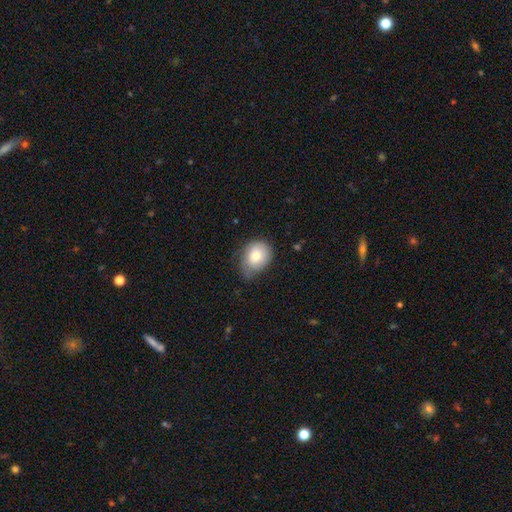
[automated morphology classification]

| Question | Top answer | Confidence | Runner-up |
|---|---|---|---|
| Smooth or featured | smooth | 74% | featured or disk (18%) |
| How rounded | round | 54% | in between (46%) |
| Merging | none | 49% | minor disturbance (39%) |